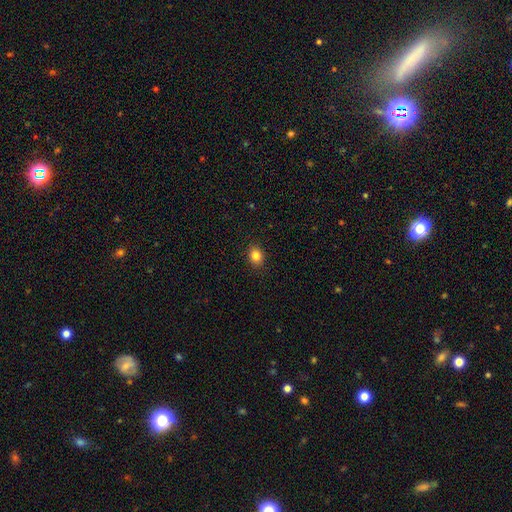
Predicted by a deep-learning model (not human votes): Smooth or featured? smooth (84%)
How rounded? round (57%)
Merging? none (90%)